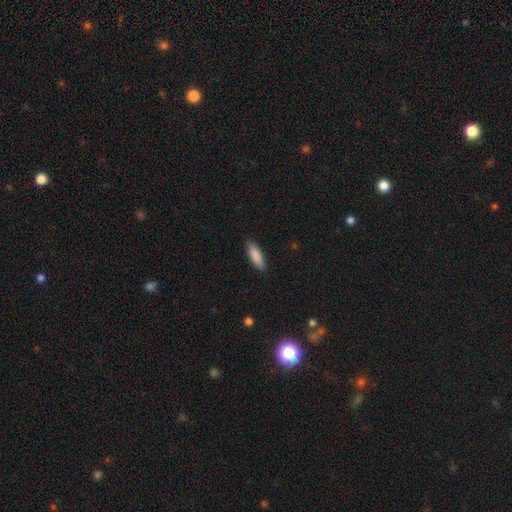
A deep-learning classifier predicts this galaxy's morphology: A smooth galaxy with no disk features (87%) that is in between round and cigar-shaped (53%). Merging: none (88%).